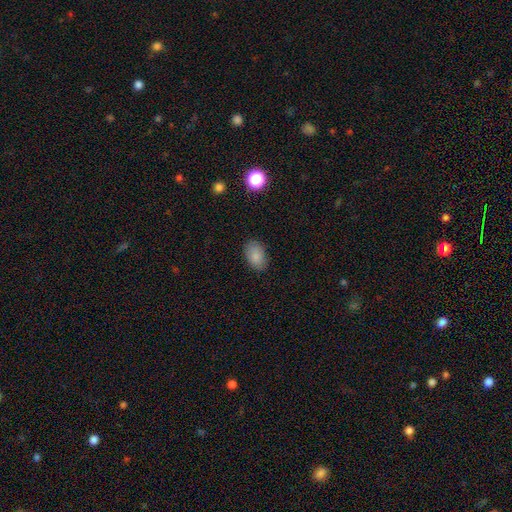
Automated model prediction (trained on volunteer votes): Smooth or featured? Predicted: smooth (p=0.85). How rounded? Predicted: in between (p=0.90). Merging? Predicted: none (p=0.84).